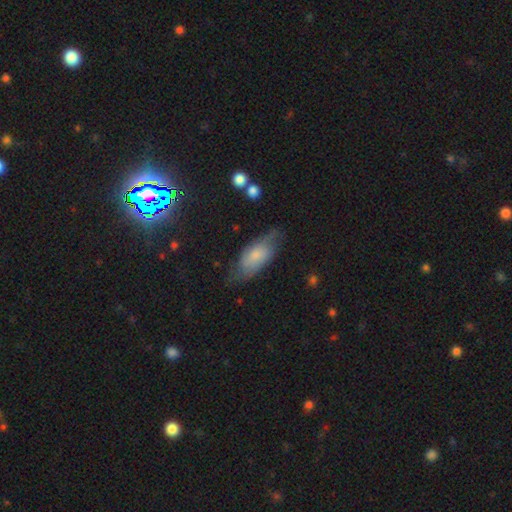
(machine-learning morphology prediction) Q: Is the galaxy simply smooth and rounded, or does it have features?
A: smooth — 56%.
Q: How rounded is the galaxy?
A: in between — 85%.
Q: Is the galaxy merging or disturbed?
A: none — 58%.